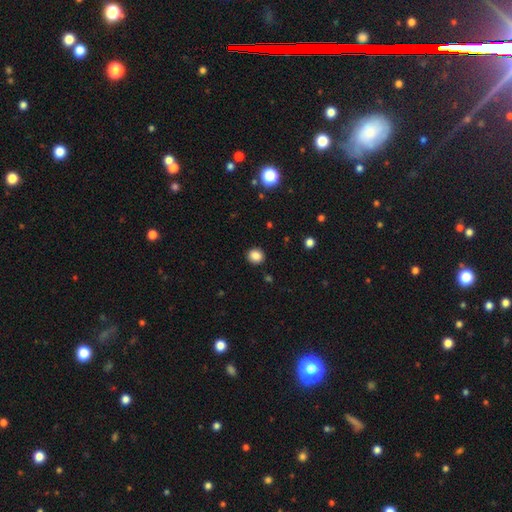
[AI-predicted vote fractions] Smooth or featured? smooth (86%)
How rounded? round (86%)
Merging? none (91%)